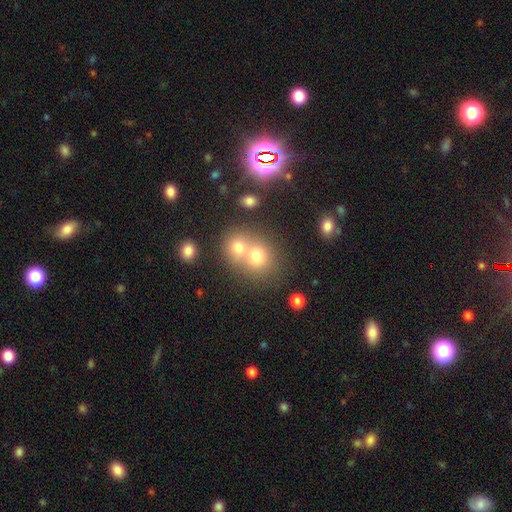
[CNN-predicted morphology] Smooth or featured: smooth — 59% (star or artifact — 25%)
How rounded: round — 78% (in between — 21%)
Merging: merger — 56% (none — 36%)